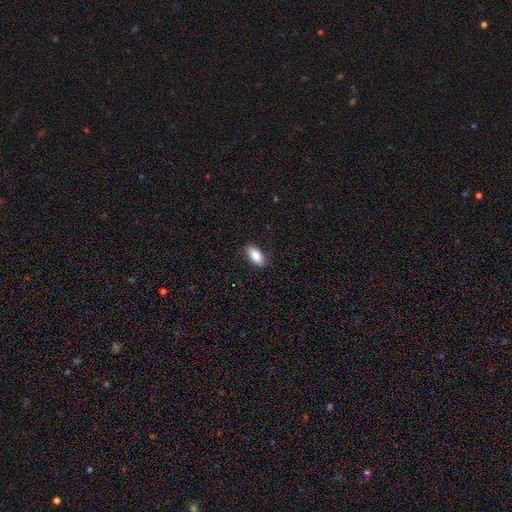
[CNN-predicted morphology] Overall: smooth (89%). How rounded: in between (92%). Merging: none (87%).